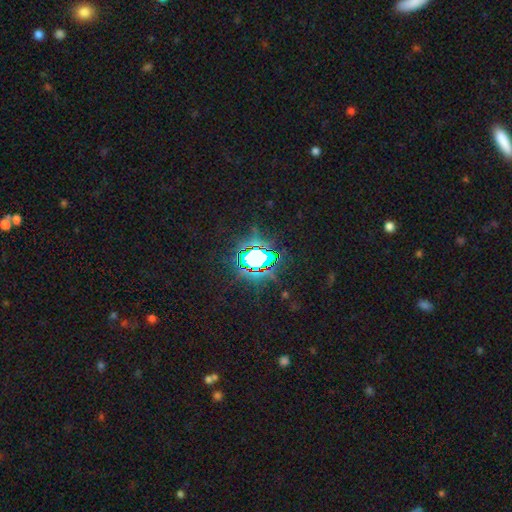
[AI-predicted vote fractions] Smooth or featured?
  - star or artifact: 75% *
  - smooth: 15%
  - featured or disk: 10%